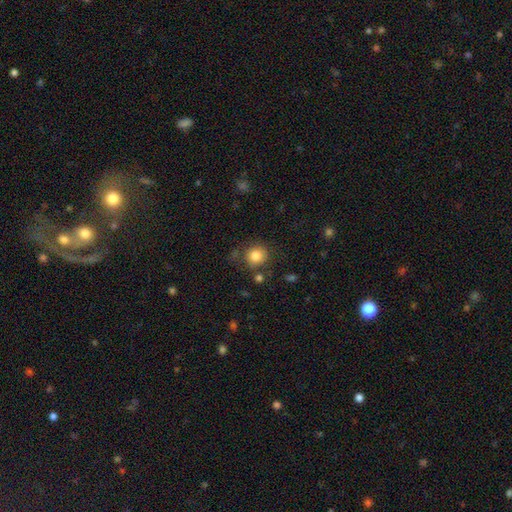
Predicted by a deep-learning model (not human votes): This appears to be a smooth galaxy with no disk features (83%) that is round (87%). Merging: none (76%).